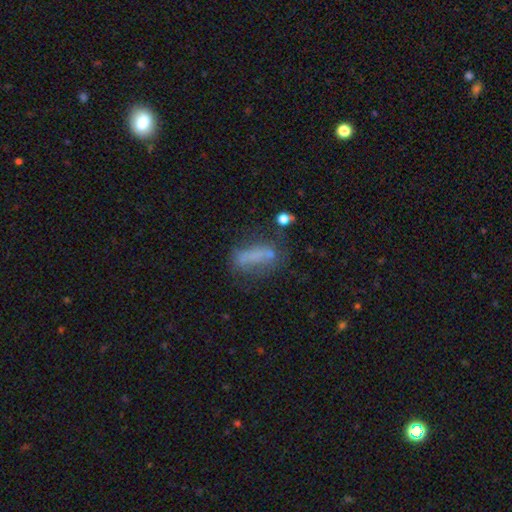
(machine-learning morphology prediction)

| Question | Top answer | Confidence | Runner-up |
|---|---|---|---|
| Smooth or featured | smooth | 61% | featured or disk (24%) |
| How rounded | in between | 50% | cigar-shaped (45%) |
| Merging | none | 48% | minor disturbance (23%) |